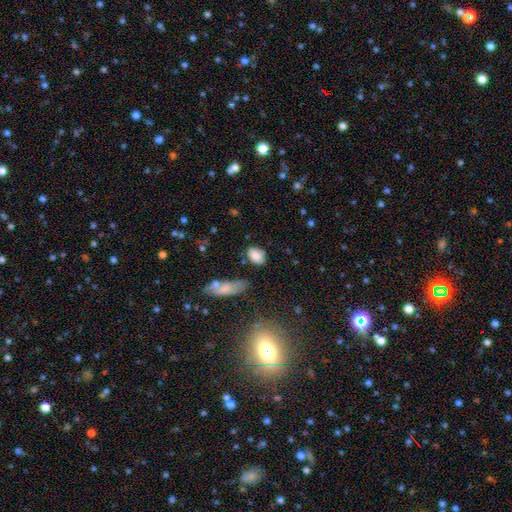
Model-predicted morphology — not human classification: smooth 81%, featured or disk 10%, star or artifact 9%. Down the decision tree: how rounded — in between (81%); merging — none (65%).